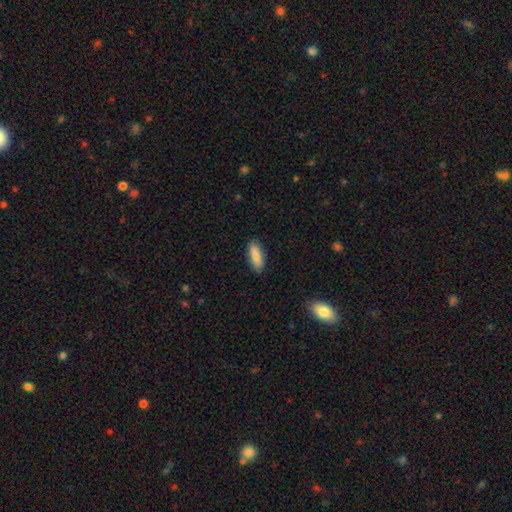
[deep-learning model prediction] smooth 86%, featured or disk 8%, star or artifact 6%. Down the decision tree: how rounded — in between (69%); merging — none (87%).